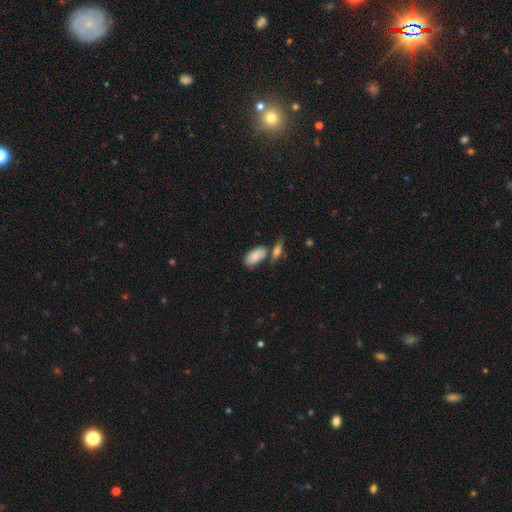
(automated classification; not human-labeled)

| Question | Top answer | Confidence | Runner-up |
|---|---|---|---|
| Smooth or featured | smooth | 80% | featured or disk (14%) |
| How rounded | in between | 92% | cigar-shaped (5%) |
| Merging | none | 50% | merger (29%) |